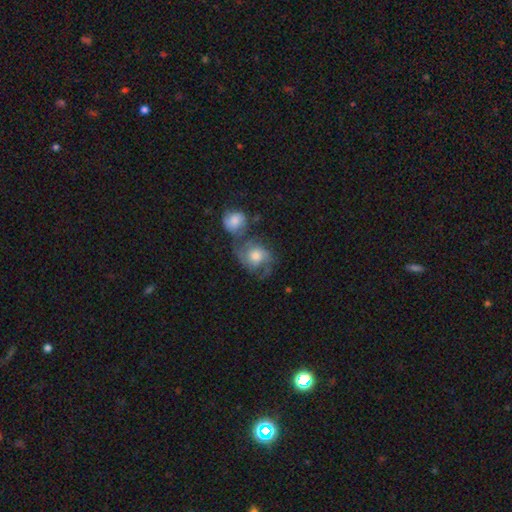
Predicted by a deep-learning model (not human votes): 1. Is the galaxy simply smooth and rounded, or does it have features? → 68% featured or disk, 24% smooth, 7% star or artifact.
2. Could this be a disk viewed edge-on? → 98% no, 2% yes.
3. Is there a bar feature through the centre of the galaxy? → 71% no, 25% weak, 4% strong.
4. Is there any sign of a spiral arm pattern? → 91% yes, 9% no.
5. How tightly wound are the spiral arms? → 50% medium, 27% tight, 23% loose.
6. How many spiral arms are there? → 75% 2, 10% can't tell, 7% 3, 4% 1, 2% 4, 2% more than 4.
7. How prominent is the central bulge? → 59% moderate, 21% large, 14% small, 3% none, 2% dominant.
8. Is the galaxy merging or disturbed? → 42% none, 28% merger, 18% minor disturbance, 13% major disturbance.